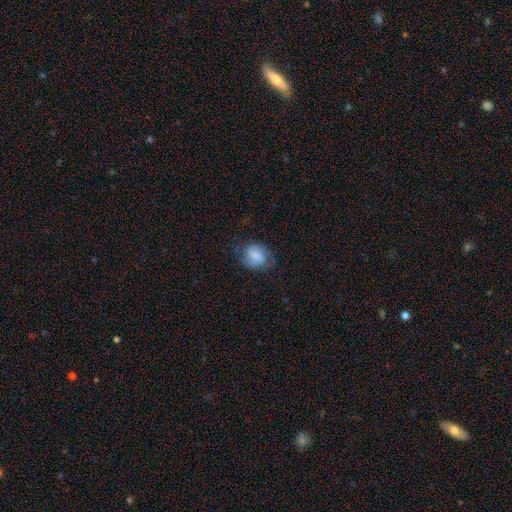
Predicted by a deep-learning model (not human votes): smooth-or-featured: smooth: 52% | featured or disk: 39% | star or artifact: 9%
  how-rounded: in between: 64% | round: 35% | cigar-shaped: 2%
  merging: none: 64% | minor disturbance: 23% | major disturbance: 11% | merger: 1%